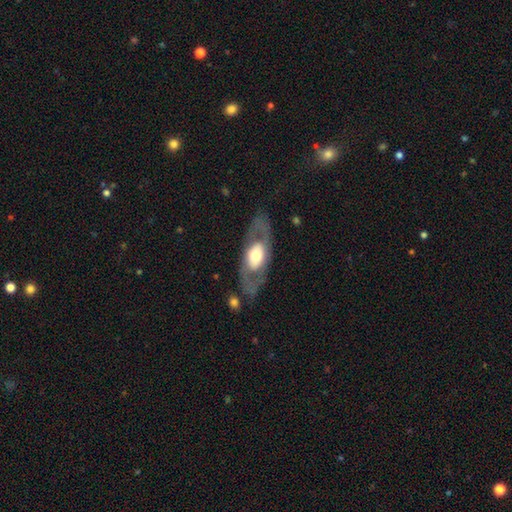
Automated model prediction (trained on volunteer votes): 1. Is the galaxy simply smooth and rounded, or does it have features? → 64% featured or disk, 31% smooth, 5% star or artifact.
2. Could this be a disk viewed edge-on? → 85% no, 15% yes.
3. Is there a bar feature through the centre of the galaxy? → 73% no, 17% weak, 10% strong.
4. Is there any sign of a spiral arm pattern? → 61% no, 39% yes.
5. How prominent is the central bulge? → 45% moderate, 41% large, 8% small, 6% dominant, 1% none.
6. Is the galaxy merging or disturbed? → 73% none, 14% minor disturbance, 11% major disturbance, 2% merger.